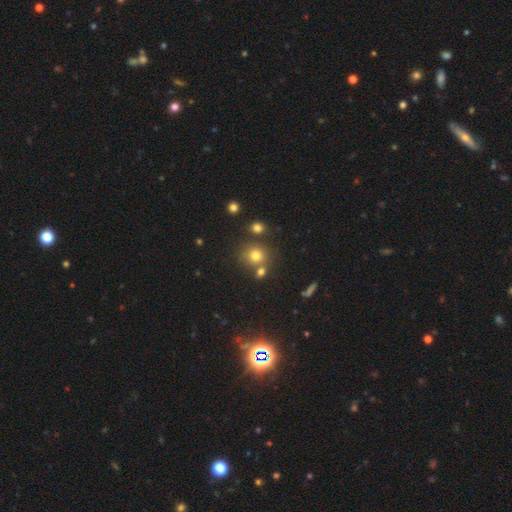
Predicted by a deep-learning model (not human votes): A smooth galaxy with no disk features (75%) that is round (86%). Merging: none (69%).